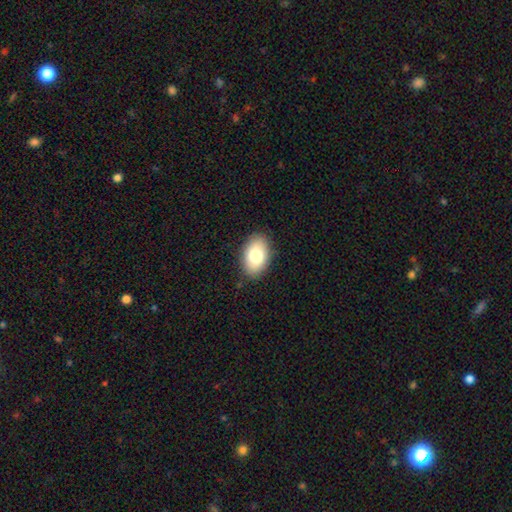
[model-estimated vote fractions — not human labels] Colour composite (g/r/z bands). It shows a smooth galaxy with no disk features (79%) that is in between round and cigar-shaped (90%). Merging: none (87%).